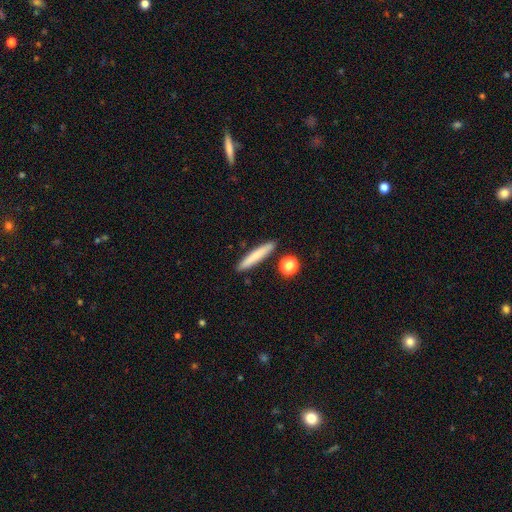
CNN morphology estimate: smooth 77%, featured or disk 17%, star or artifact 7%. Down the decision tree: how rounded — cigar-shaped (93%); merging — none (88%).